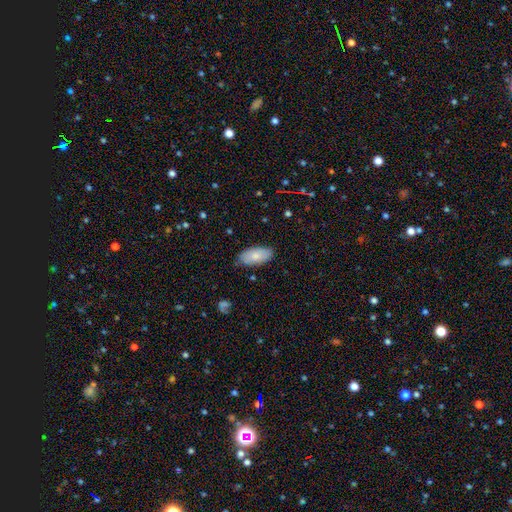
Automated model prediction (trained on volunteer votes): A smooth galaxy with no disk features (80%) that is in between round and cigar-shaped (92%). Merging: none (81%).